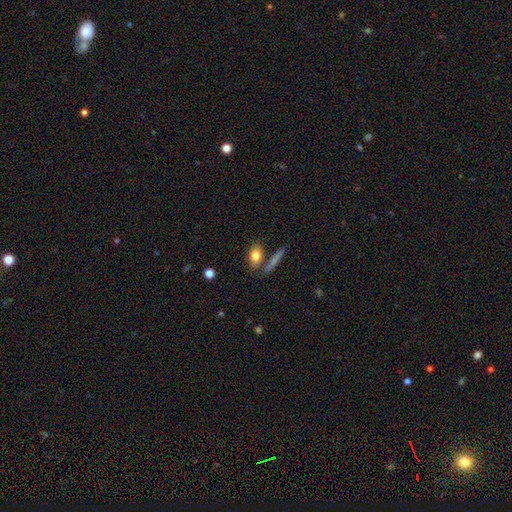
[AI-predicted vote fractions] Morphology: type=smooth (79%); roundness=in between (77%); merging=none (67%).